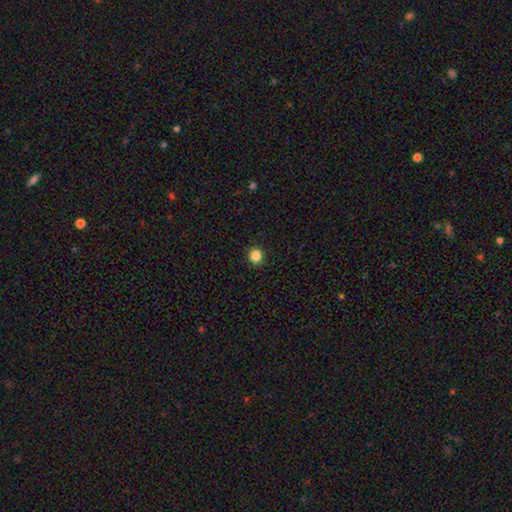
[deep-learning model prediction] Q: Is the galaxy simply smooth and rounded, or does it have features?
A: smooth — 85%.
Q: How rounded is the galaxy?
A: round — 90%.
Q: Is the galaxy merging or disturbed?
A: none — 92%.